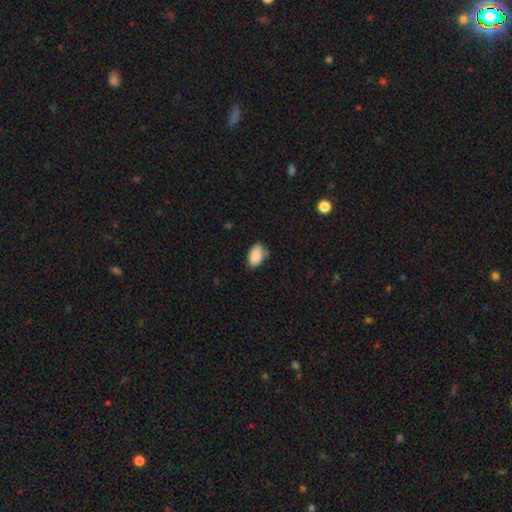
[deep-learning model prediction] This appears to be a smooth galaxy with no disk features (87%) that is in between round and cigar-shaped (91%). Merging: none (62%).